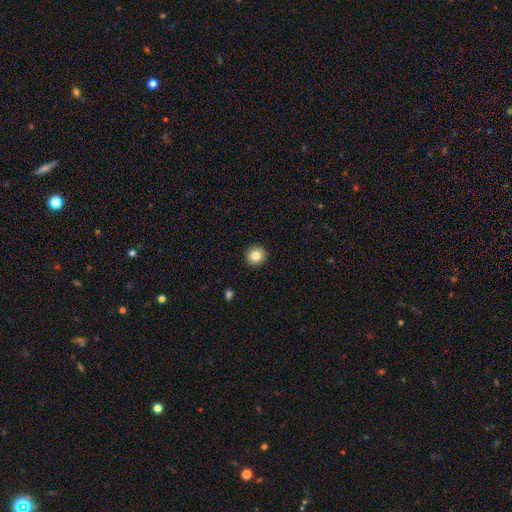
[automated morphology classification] The model was most divided on "smooth or featured": smooth: 83%, star or artifact: 10%, featured or disk: 7%. More confident: how rounded — round (93%); merging — none (92%).